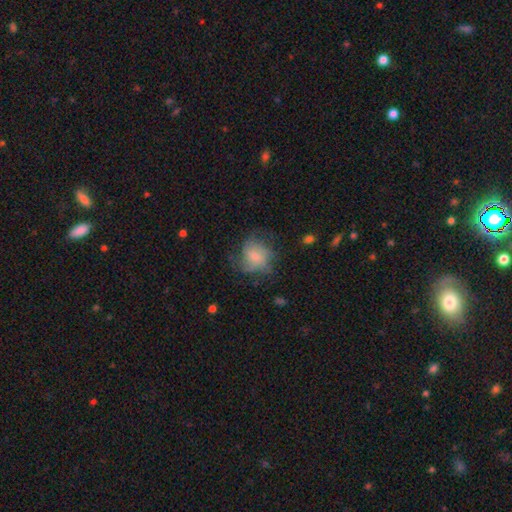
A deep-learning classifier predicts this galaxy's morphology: smooth 53%, featured or disk 37%, star or artifact 11%. Down the decision tree: how rounded — round (67%); merging — none (56%).